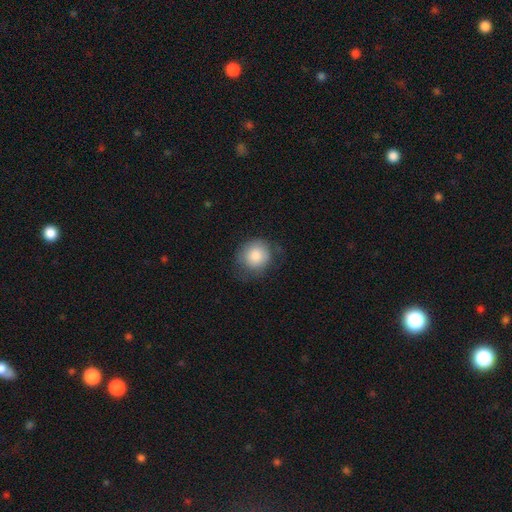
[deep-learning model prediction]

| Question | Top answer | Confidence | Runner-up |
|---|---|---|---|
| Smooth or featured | smooth | 84% | featured or disk (9%) |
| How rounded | round | 87% | in between (12%) |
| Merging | none | 65% | minor disturbance (25%) |